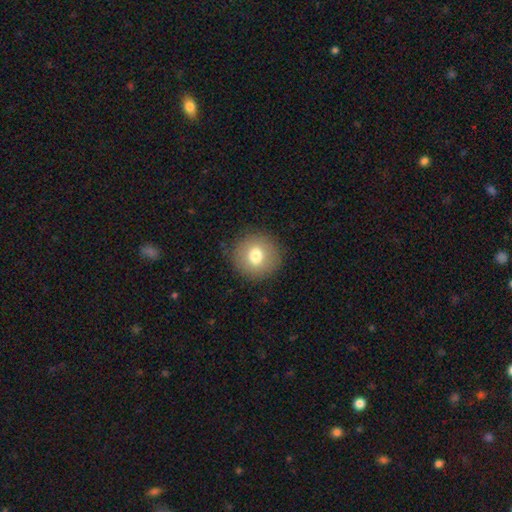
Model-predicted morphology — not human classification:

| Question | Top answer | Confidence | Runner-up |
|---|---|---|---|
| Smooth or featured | smooth | 75% | featured or disk (16%) |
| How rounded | round | 93% | in between (6%) |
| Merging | none | 90% | minor disturbance (7%) |